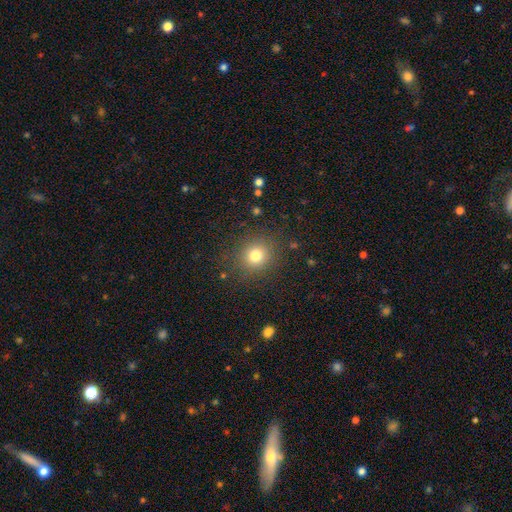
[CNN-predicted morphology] Smooth or featured? smooth (78%)
How rounded? round (85%)
Merging? none (87%)